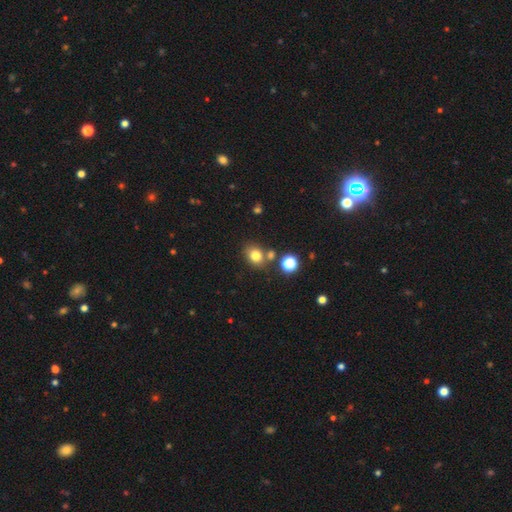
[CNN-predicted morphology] Smooth or featured? smooth (78%)
How rounded? round (56%)
Merging? none (67%)